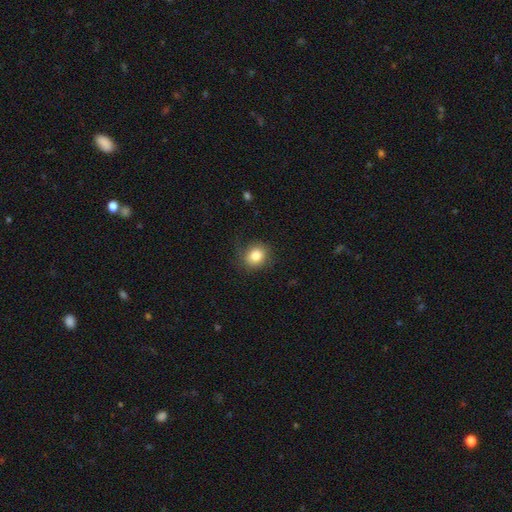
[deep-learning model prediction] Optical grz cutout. It shows a smooth galaxy with no disk features (83%) that is round (69%). Merging: none (76%).